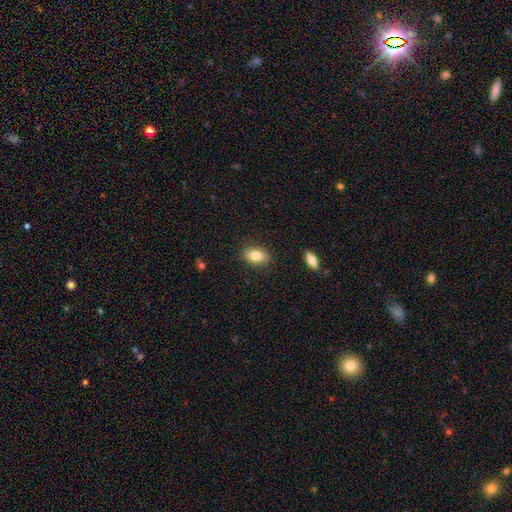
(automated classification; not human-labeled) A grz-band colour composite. It shows a smooth galaxy with no disk features (81%) that is in between round and cigar-shaped (86%). Merging: none (86%).